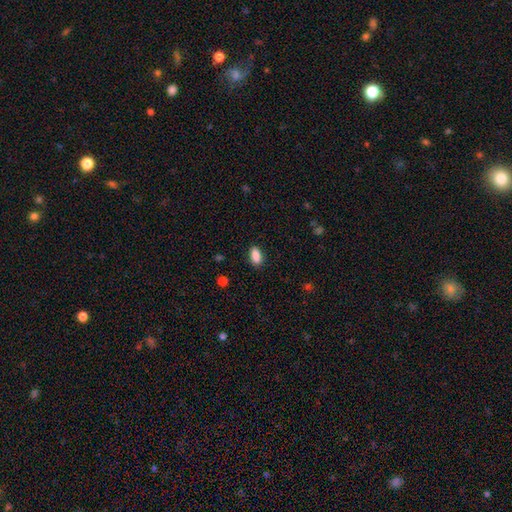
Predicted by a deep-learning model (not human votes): A smooth galaxy with no disk features (89%) that is in between round and cigar-shaped (90%).

Vote fractions:
- Smooth or featured? smooth: 89% / star or artifact: 8% / featured or disk: 4%
- How rounded? in between: 90% / cigar-shaped: 6% / round: 5%
- Merging? none: 88% / minor disturbance: 9% / major disturbance: 2% / merger: 1%